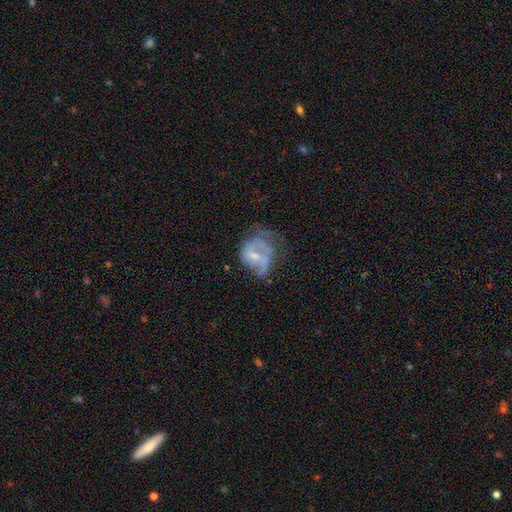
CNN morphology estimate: Smooth or featured? Predicted: featured or disk (p=0.66). Edge-on disk? Predicted: no (p=0.97). Bar? Predicted: no (p=0.47). Spiral arms? Predicted: yes (p=0.61). Bulge size? Predicted: small (p=0.50). Merging? Predicted: major disturbance (p=0.38).